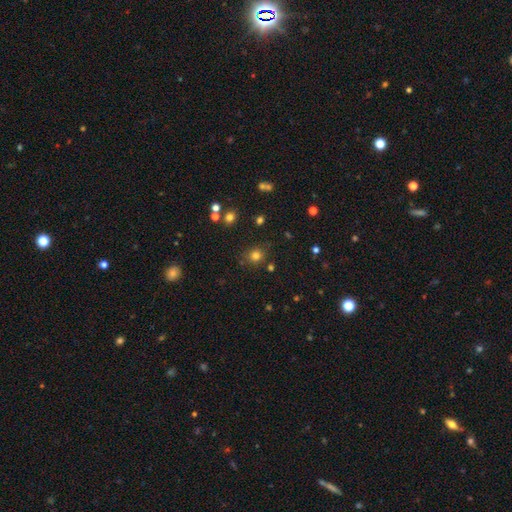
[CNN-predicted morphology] Smooth or featured? smooth (77%)
How rounded? round (86%)
Merging? none (82%)